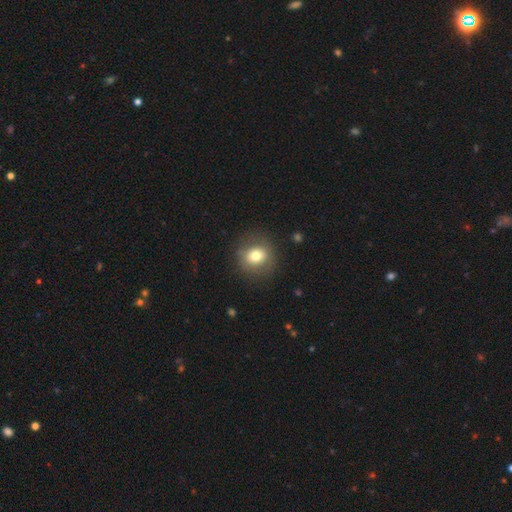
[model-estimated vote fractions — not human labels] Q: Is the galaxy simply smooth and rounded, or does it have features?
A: smooth — 74%.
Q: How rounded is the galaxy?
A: round — 80%.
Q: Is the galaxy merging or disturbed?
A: none — 83%.